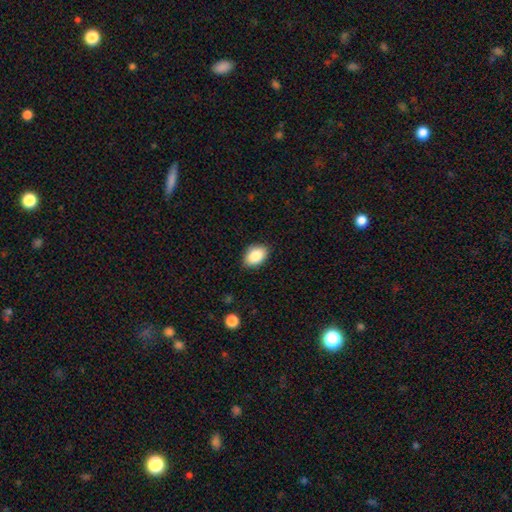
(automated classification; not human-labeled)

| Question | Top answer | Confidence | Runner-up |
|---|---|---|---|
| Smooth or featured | smooth | 87% | star or artifact (7%) |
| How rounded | in between | 87% | round (12%) |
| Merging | none | 87% | minor disturbance (10%) |